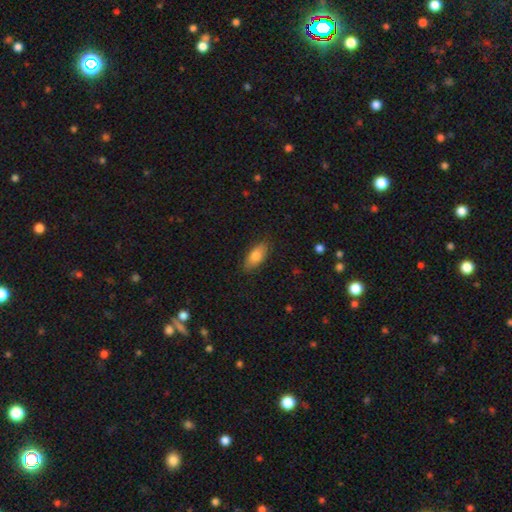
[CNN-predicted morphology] smooth-or-featured: smooth: 80% | featured or disk: 13% | star or artifact: 7%
  how-rounded: in between: 85% | cigar-shaped: 13% | round: 3%
  merging: none: 85% | minor disturbance: 11% | major disturbance: 3% | merger: 1%